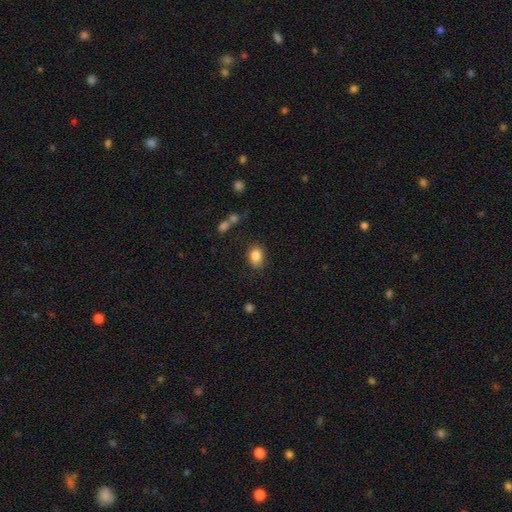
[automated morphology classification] Overall: smooth (86%). How rounded: in between (68%; round 31%). Merging: none (79%).